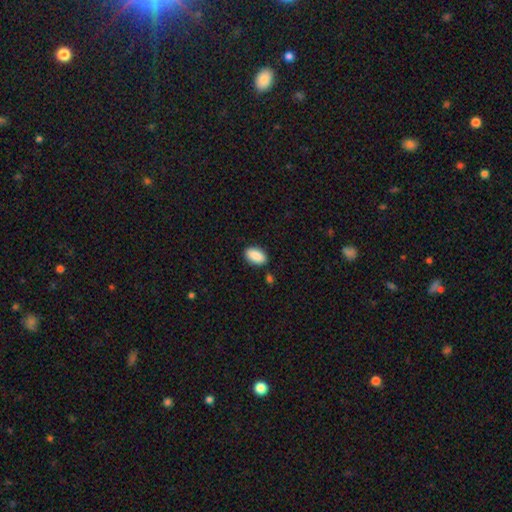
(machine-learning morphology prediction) smooth_or_featured: smooth (p=0.89) [alt: star or artifact p=0.06]
how_rounded: in between (p=0.93) [alt: round p=0.05]
merging: none (p=0.86) [alt: minor disturbance p=0.09]